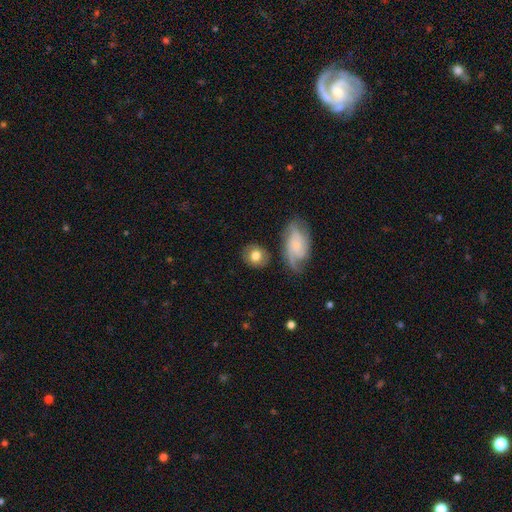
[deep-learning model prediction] Smooth or featured?
  - smooth: 71% *
  - featured or disk: 22%
  - star or artifact: 7%
How rounded?
  - round: 72% *
  - in between: 26%
  - cigar-shaped: 1%
Merging?
  - none: 75% *
  - minor disturbance: 13%
  - merger: 7%
  - major disturbance: 5%